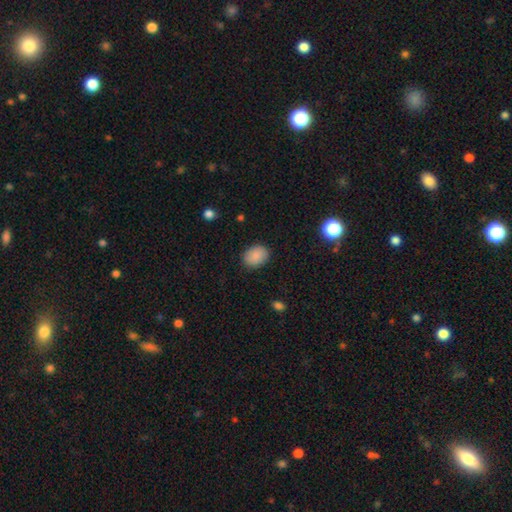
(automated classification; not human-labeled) A smooth galaxy with no disk features (88%) that is in between round and cigar-shaped (68%).

Vote fractions:
- Smooth or featured? smooth: 88% / star or artifact: 8% / featured or disk: 4%
- How rounded? in between: 68% / round: 31% / cigar-shaped: 1%
- Merging? none: 87% / minor disturbance: 9% / major disturbance: 2% / merger: 1%